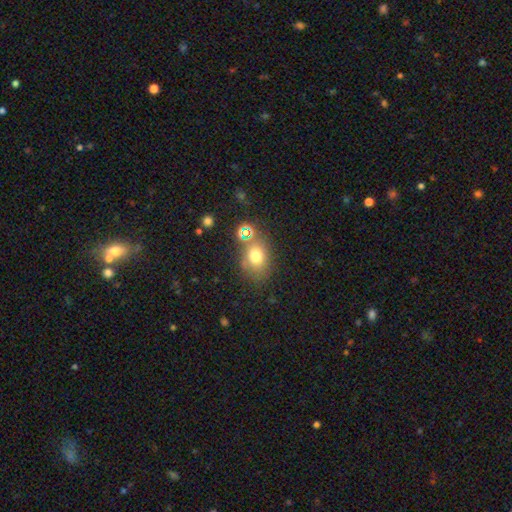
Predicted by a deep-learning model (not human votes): Q: Smooth or featured?
A: smooth (71%); runner-up: star or artifact (17%)
Q: How rounded?
A: in between (58%); runner-up: round (41%)
Q: Merging?
A: none (64%); runner-up: minor disturbance (16%)